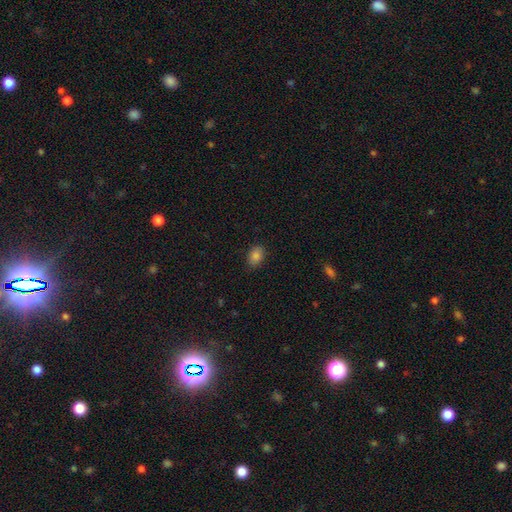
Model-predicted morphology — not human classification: smooth 85%, star or artifact 10%, featured or disk 5%. Down the decision tree: how rounded — in between (78%); merging — none (84%).